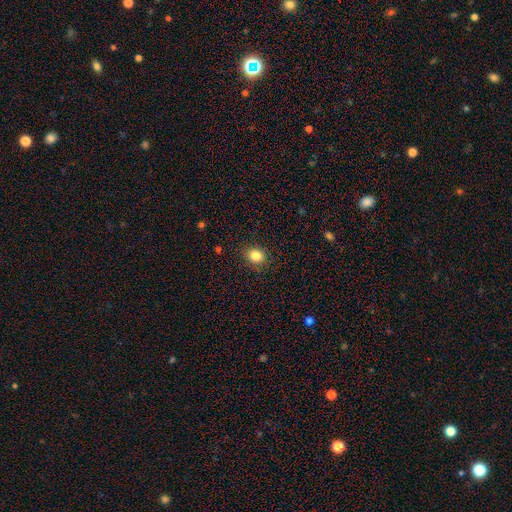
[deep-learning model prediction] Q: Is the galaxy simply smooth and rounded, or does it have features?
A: smooth — 83%.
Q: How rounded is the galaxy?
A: round — 61%.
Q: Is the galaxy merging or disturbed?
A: none — 86%.